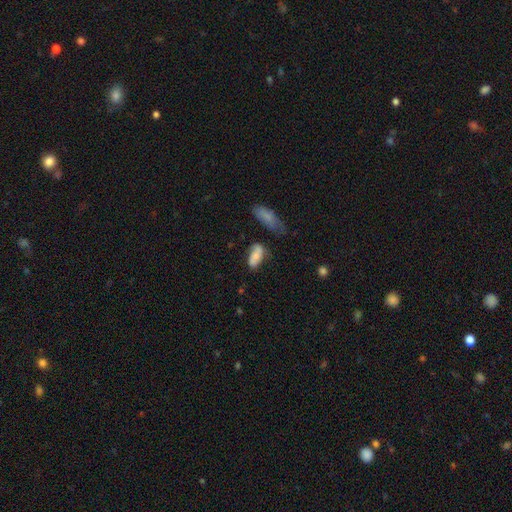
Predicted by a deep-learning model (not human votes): smooth 70%, featured or disk 22%, star or artifact 8%. Down the decision tree: how rounded — in between (87%); merging — none (52%).